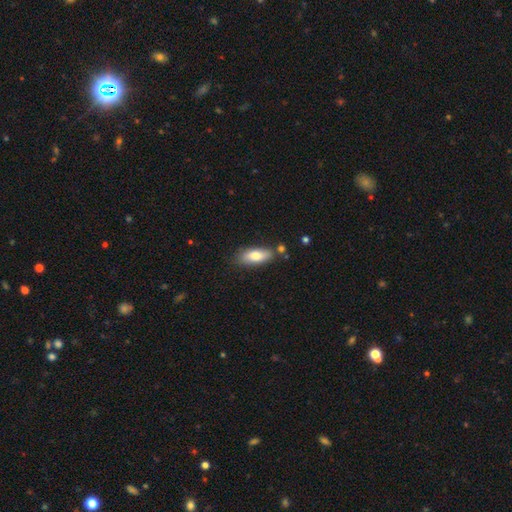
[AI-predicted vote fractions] Overall: smooth (79%). How rounded: in between (76%). Merging: none (75%).